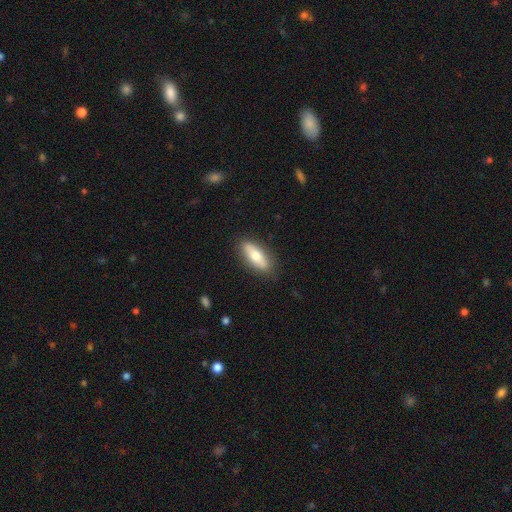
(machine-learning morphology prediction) A smooth galaxy with no disk features (64%) that is in between round and cigar-shaped (66%). Merging: none (85%).